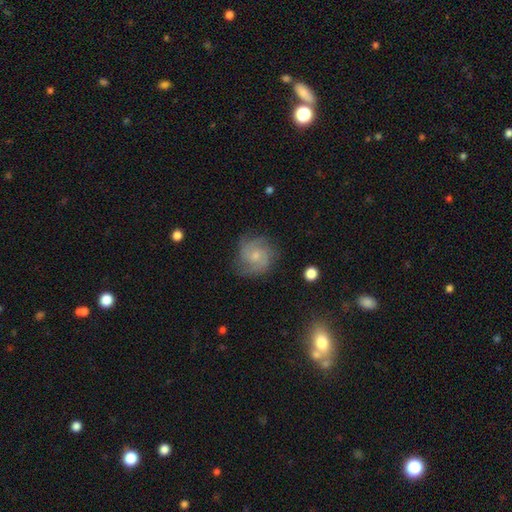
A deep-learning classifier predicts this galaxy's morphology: Smooth or featured? Predicted: featured or disk (p=0.64). Edge-on disk? Predicted: no (p=0.98). Bar? Predicted: no (p=0.72). Spiral arms? Predicted: yes (p=0.91). Spiral winding? Predicted: medium (p=0.43). Spiral arm count? Predicted: 2 (p=0.32). Bulge size? Predicted: small (p=0.61). Merging? Predicted: none (p=0.71).